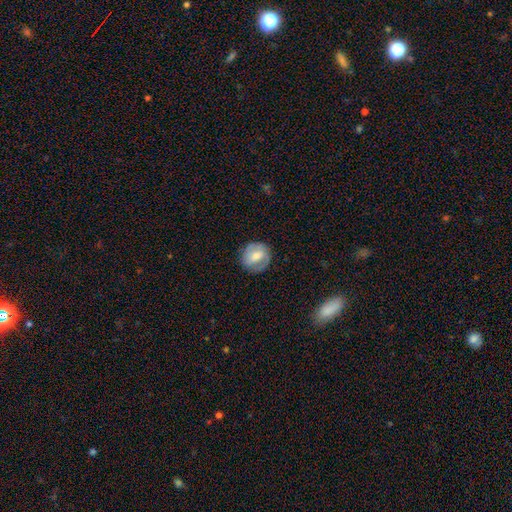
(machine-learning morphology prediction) This appears to be a featured or disk galaxy (49%). Merging: none (79%).